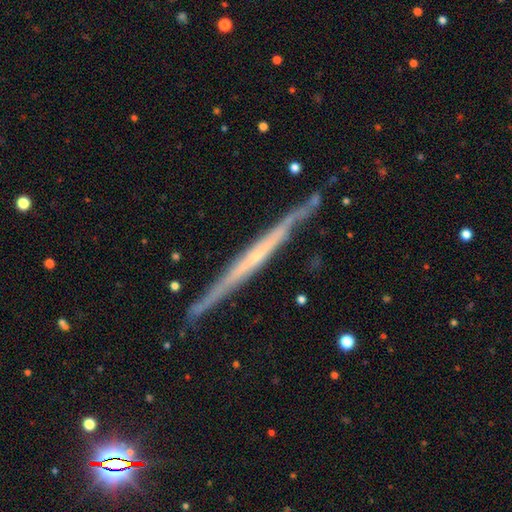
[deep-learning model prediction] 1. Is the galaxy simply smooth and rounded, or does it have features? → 75% featured or disk, 18% smooth, 6% star or artifact.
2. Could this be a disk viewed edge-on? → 96% yes, 4% no.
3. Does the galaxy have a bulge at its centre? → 74% none, 20% rounded, 6% boxy.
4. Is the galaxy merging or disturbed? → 85% none, 12% minor disturbance, 2% major disturbance, 2% merger.